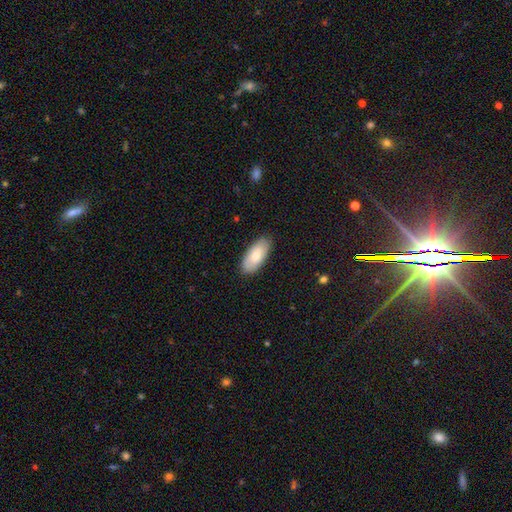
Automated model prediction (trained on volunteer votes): Smooth or featured: smooth — 81% (featured or disk — 13%)
How rounded: in between — 89% (cigar-shaped — 9%)
Merging: none — 86% (minor disturbance — 11%)